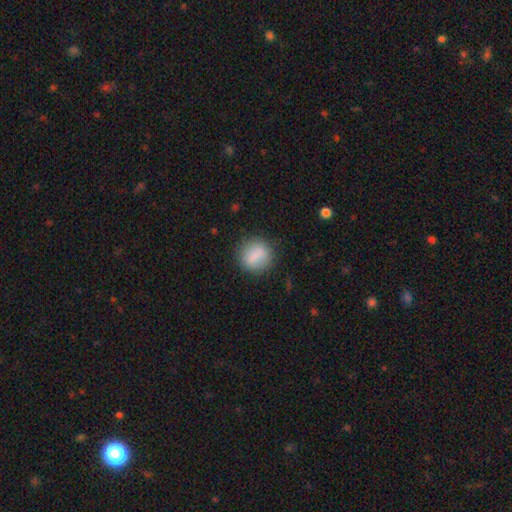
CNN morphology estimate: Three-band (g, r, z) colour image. It shows a smooth galaxy with no disk features (82%) that is round (80%). Merging: none (81%).